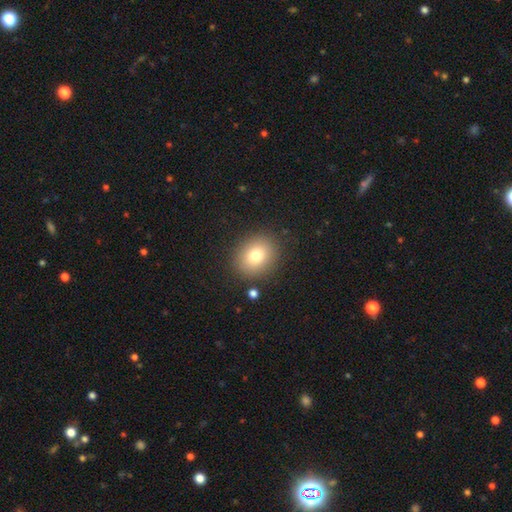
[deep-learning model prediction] A smooth galaxy with no disk features (78%) that is round (63%).

Vote fractions:
- Smooth or featured? smooth: 78% / star or artifact: 12% / featured or disk: 10%
- How rounded? round: 63% / in between: 36% / cigar-shaped: 1%
- Merging? none: 87% / minor disturbance: 8% / major disturbance: 3% / merger: 2%